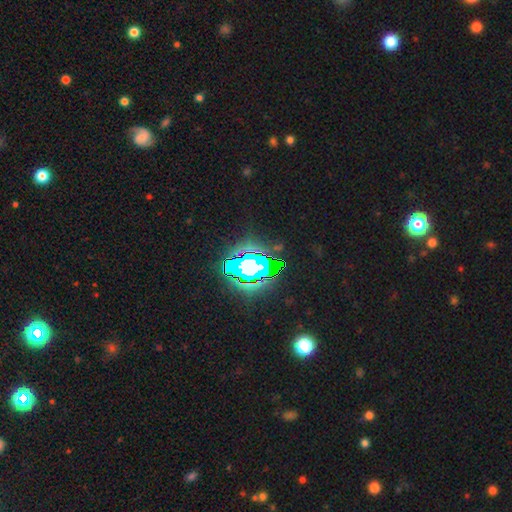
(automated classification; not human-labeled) This appears to be a star or artifact, not a galaxy (84%).